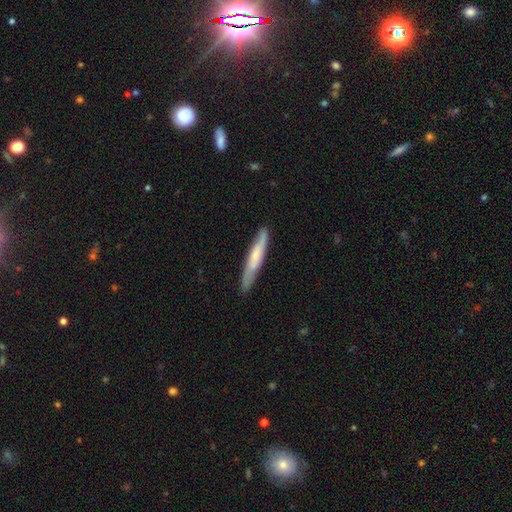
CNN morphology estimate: A featured or disk galaxy (48%).

Vote fractions:
- Smooth or featured? featured or disk: 48% / smooth: 47% / star or artifact: 5%
- Merging? none: 84% / minor disturbance: 13% / major disturbance: 2% / merger: 1%